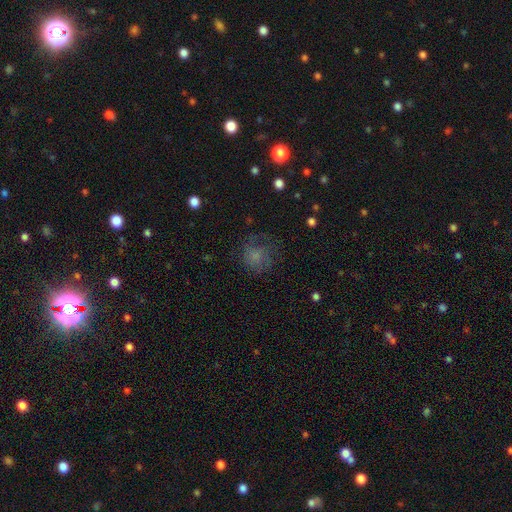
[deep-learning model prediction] The model was most divided on "merging": none: 55%, major disturbance: 22%, minor disturbance: 21%, merger: 2%. More confident: how rounded — round (81%); smooth or featured — smooth (61%).